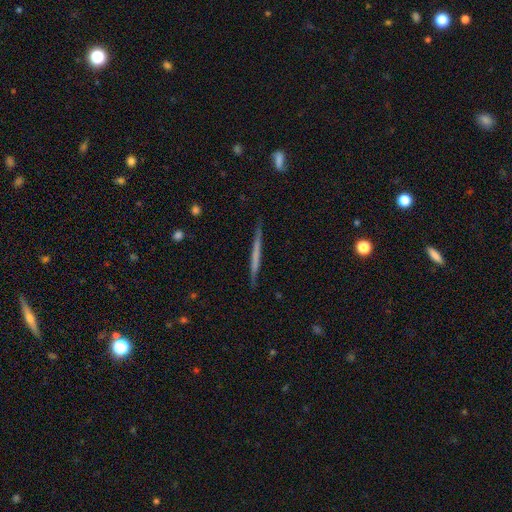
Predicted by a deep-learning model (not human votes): smooth-or-featured: featured or disk: 50% | smooth: 44% | star or artifact: 6%
  merging: none: 89% | minor disturbance: 8% | major disturbance: 2% | merger: 1%